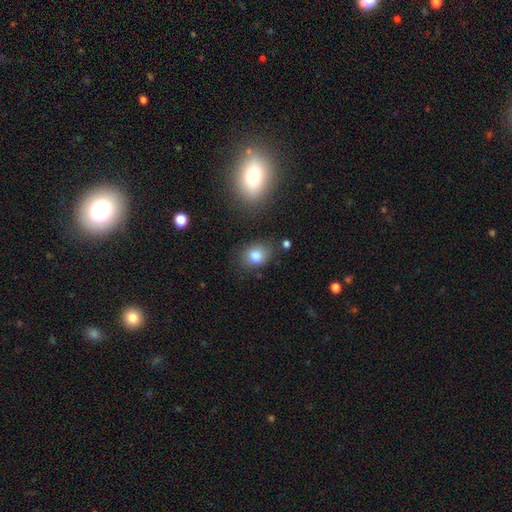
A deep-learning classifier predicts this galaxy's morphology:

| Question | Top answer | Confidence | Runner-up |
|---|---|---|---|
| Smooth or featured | smooth | 83% | star or artifact (10%) |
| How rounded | in between | 50% | round (49%) |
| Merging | none | 76% | minor disturbance (16%) |